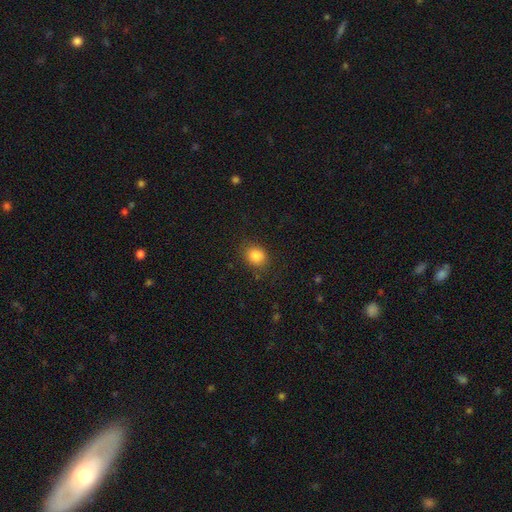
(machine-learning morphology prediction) A smooth galaxy with no disk features (85%) that is round (65%). Merging: none (82%).